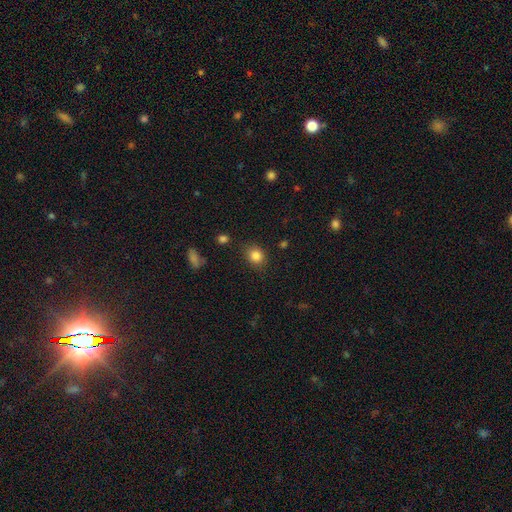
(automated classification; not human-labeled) This appears to be a smooth galaxy with no disk features (84%) that is round (71%). Merging: none (83%).